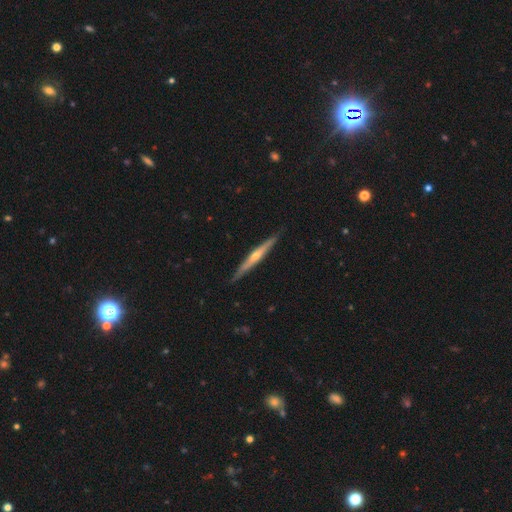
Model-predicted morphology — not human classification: Smooth or featured? featured or disk (69%)
Edge-on disk? yes (97%)
Edge-on bulge? rounded (72%)
Merging? none (89%)